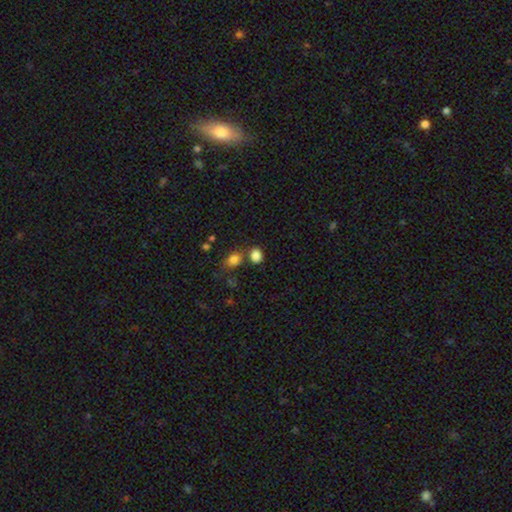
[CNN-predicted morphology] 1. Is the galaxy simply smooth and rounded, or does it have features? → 85% smooth, 11% star or artifact, 5% featured or disk.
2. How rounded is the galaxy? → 49% in between (tied), 49% round (tied), 1% cigar-shaped.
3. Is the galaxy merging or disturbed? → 65% none, 19% merger, 11% minor disturbance, 4% major disturbance.